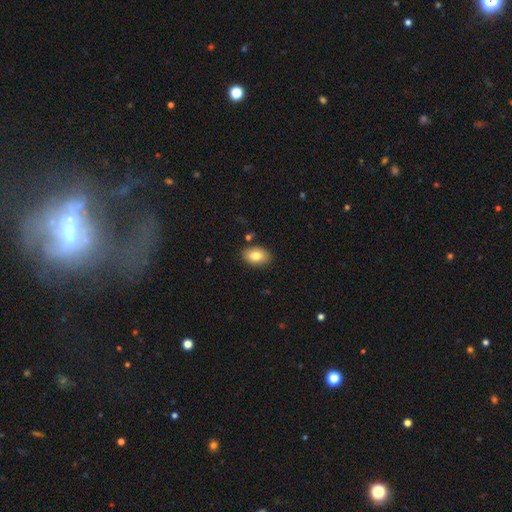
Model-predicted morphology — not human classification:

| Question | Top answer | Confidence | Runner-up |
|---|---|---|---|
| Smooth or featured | smooth | 82% | featured or disk (11%) |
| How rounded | in between | 88% | round (11%) |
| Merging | none | 85% | minor disturbance (10%) |